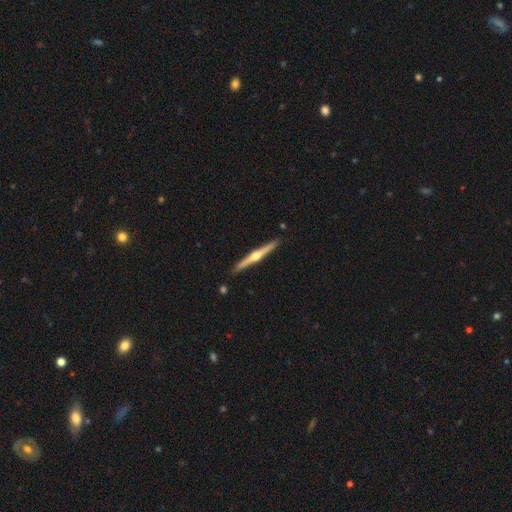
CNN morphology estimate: A featured or disk galaxy (77%) viewed edge-on (98%) with a rounded central bulge (93%).

Vote fractions:
- Smooth or featured? featured or disk: 77% / smooth: 18% / star or artifact: 5%
- Edge-on disk? yes: 98% / no: 2%
- Edge-on bulge? rounded: 93% / none: 4% / boxy: 3%
- Merging? none: 90% / minor disturbance: 7% / merger: 2% / major disturbance: 1%